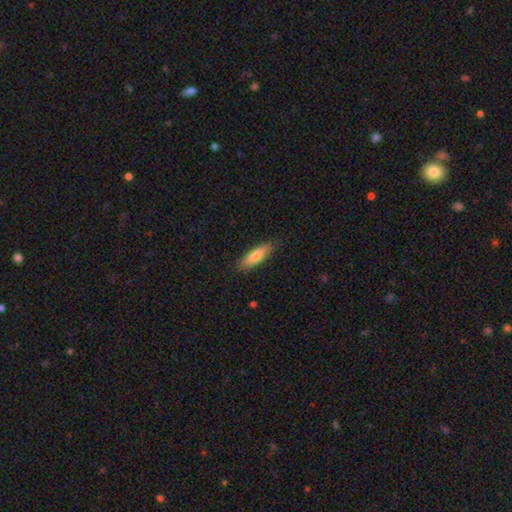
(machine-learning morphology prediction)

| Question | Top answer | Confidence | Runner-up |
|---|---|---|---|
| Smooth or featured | smooth | 78% | featured or disk (16%) |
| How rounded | cigar-shaped | 59% | in between (40%) |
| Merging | none | 86% | minor disturbance (11%) |